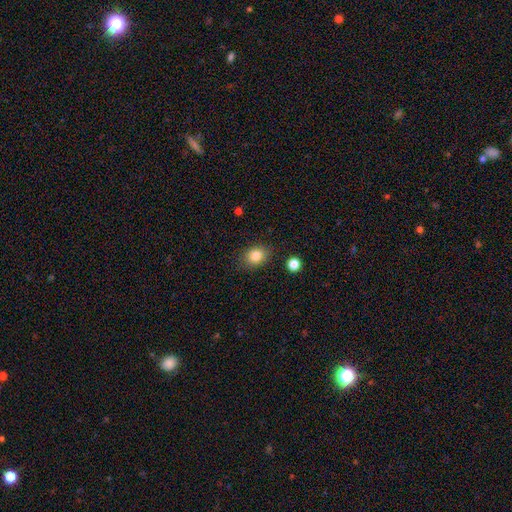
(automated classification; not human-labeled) Q: Smooth or featured?
A: smooth (84%); runner-up: star or artifact (10%)
Q: How rounded?
A: in between (52%); runner-up: round (47%)
Q: Merging?
A: none (84%); runner-up: minor disturbance (11%)